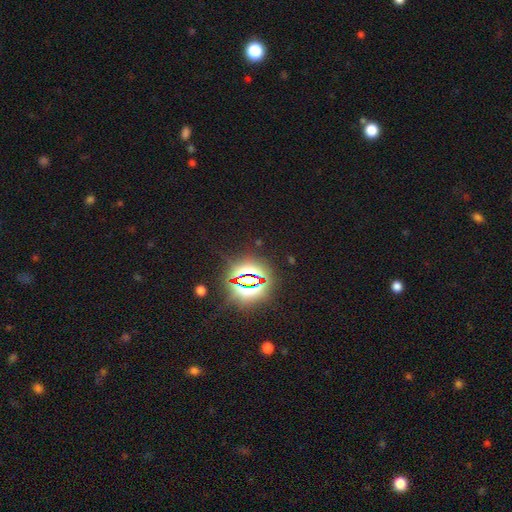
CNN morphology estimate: Overall: star or artifact (86%).